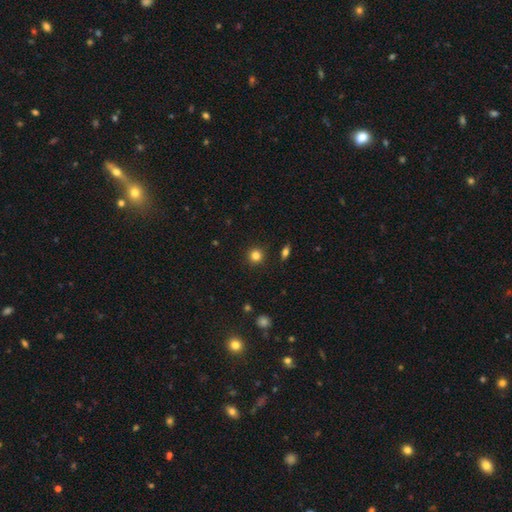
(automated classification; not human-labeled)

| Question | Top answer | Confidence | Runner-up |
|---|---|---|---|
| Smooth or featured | smooth | 82% | star or artifact (12%) |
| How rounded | round | 93% | in between (6%) |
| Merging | none | 91% | minor disturbance (6%) |